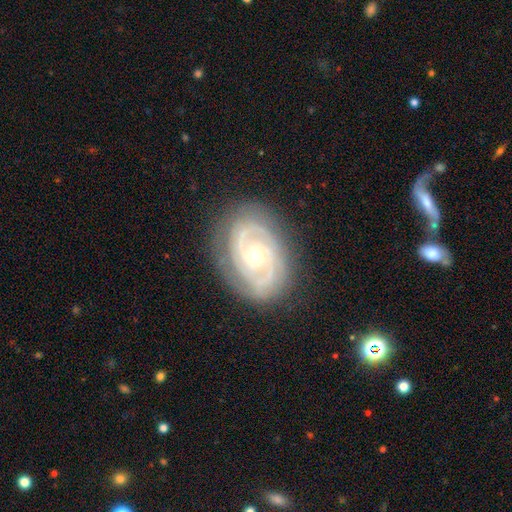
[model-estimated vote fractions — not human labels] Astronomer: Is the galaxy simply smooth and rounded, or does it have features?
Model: featured or disk — 89%.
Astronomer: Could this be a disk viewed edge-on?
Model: no — 97%.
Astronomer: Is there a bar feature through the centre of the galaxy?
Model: no — 69%.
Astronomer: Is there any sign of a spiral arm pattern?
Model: yes — 96%.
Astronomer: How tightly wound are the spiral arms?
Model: tight — 69%.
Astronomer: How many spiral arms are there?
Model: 2 — 52%.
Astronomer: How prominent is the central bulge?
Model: small — 51% (runner-up: moderate, 46%).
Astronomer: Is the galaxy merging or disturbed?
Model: none — 80%.